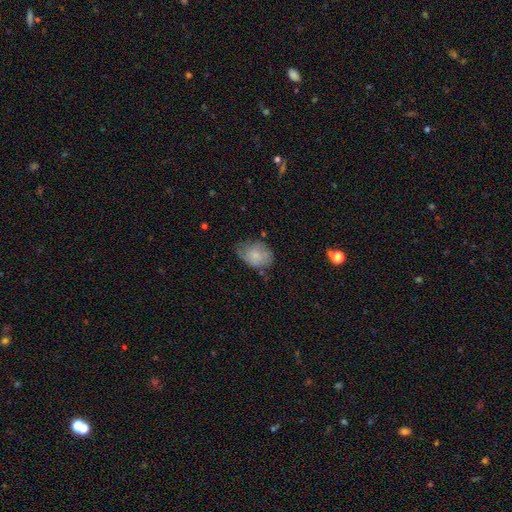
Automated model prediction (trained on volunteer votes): Overall: smooth (68%). How rounded: in between (77%). Merging: none (51%; minor disturbance 35%).